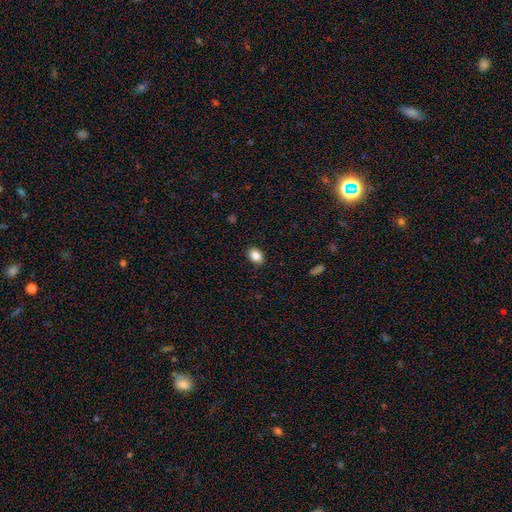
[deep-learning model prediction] Smooth or featured?
  - smooth: 85% *
  - star or artifact: 9%
  - featured or disk: 6%
How rounded?
  - in between: 75% *
  - round: 24%
  - cigar-shaped: 1%
Merging?
  - none: 89% *
  - minor disturbance: 8%
  - major disturbance: 2%
  - merger: 1%